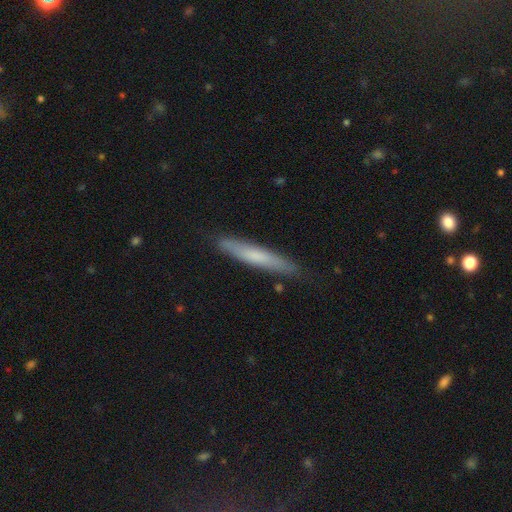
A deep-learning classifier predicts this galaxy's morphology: smooth 65%, featured or disk 30%, star or artifact 6%. Down the decision tree: how rounded — cigar-shaped (93%); merging — none (84%).